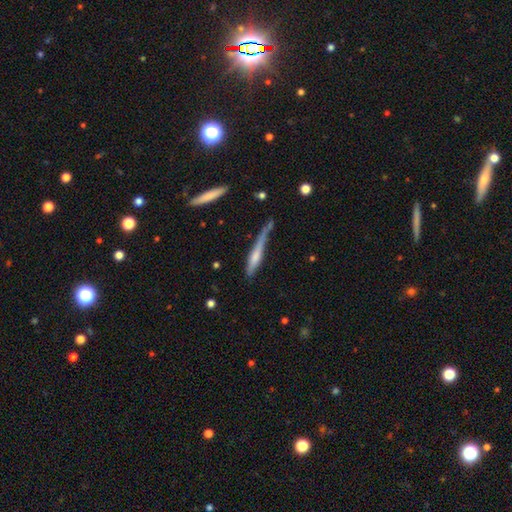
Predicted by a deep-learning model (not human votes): smooth 57%, featured or disk 37%, star or artifact 7%. Down the decision tree: how rounded — cigar-shaped (90%); merging — none (42%).